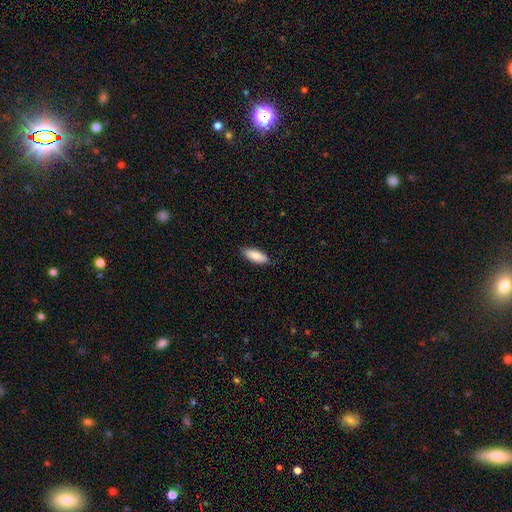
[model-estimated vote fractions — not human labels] Overall: smooth (88%). How rounded: in between (80%). Merging: none (84%).